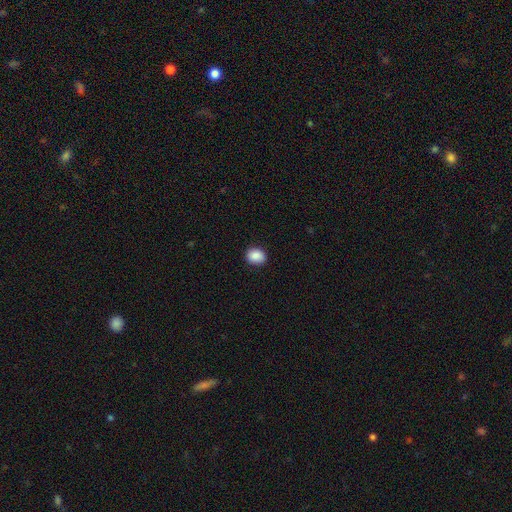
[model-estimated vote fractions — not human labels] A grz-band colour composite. It shows a smooth galaxy with no disk features (88%) that is round (57%). Merging: none (88%).